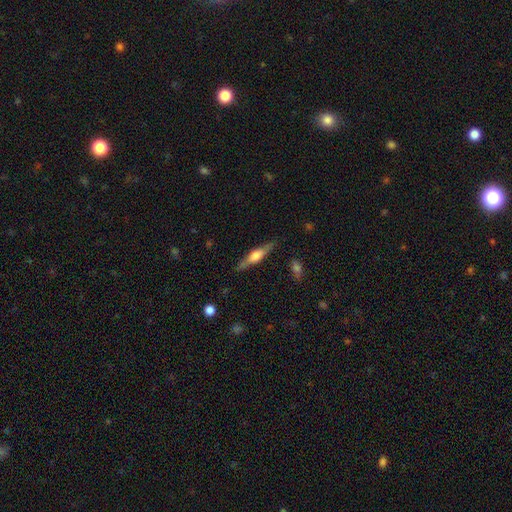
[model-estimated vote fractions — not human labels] Overall: featured or disk (64%; smooth 30%). Edge-on disk: yes (95%). Edge-on bulge: rounded (85%). Merging: none (84%).